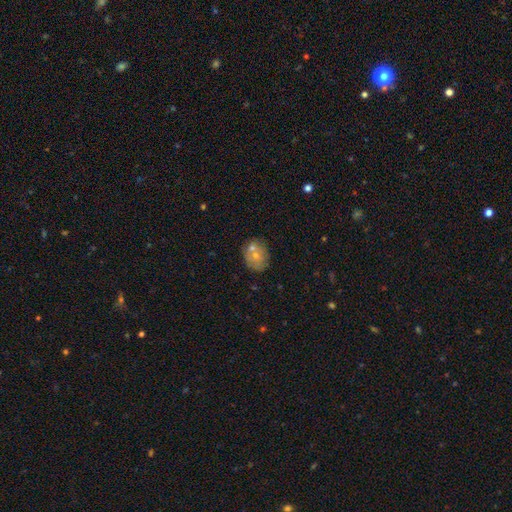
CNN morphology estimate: Q: Smooth or featured?
A: smooth (63%); runner-up: featured or disk (28%)
Q: How rounded?
A: in between (53%); runner-up: round (46%)
Q: Merging?
A: none (52%); runner-up: merger (27%)